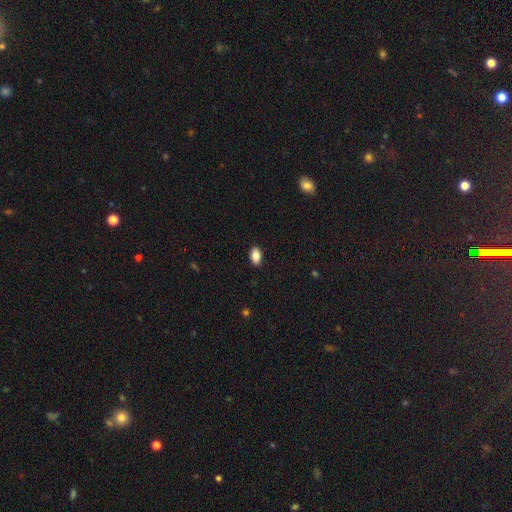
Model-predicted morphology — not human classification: A smooth galaxy with no disk features (86%) that is in between round and cigar-shaped (90%).

Vote fractions:
- Smooth or featured? smooth: 86% / star or artifact: 8% / featured or disk: 6%
- How rounded? in between: 90% / round: 7% / cigar-shaped: 3%
- Merging? none: 89% / minor disturbance: 8% / major disturbance: 2% / merger: 1%